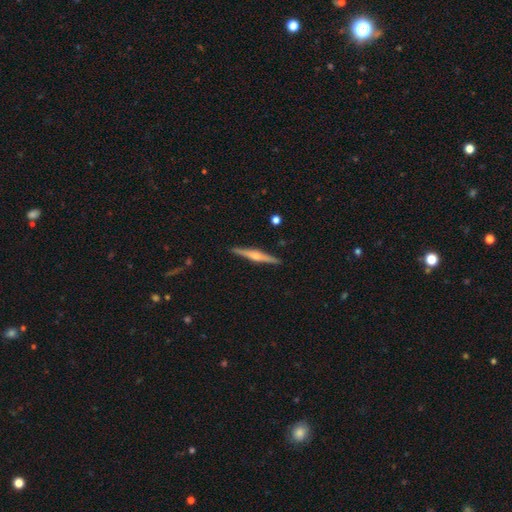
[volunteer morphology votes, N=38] This appears to be a featured or disk galaxy (79%) viewed edge-on (100%) with a rounded central bulge (93%). Merging: none (94%).